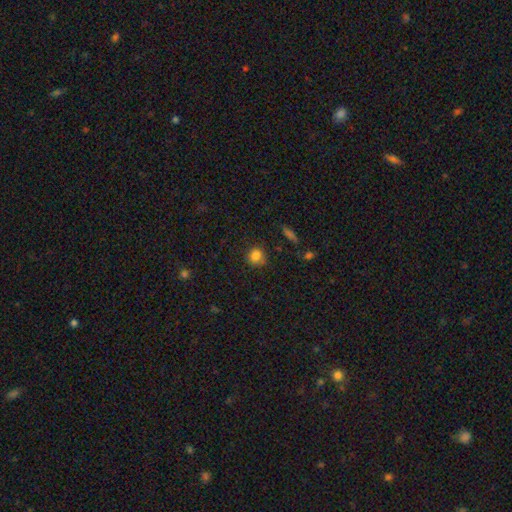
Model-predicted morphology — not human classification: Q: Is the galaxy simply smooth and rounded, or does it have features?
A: smooth — 83%.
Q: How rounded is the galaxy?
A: round — 86%.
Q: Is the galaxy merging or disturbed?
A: none — 80%.